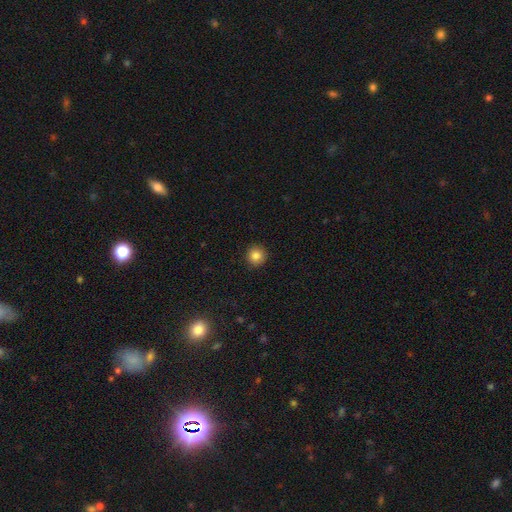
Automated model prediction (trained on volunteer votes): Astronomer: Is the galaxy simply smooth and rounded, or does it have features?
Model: smooth — 84%.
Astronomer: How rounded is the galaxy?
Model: round — 94%.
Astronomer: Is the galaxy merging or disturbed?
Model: none — 92%.